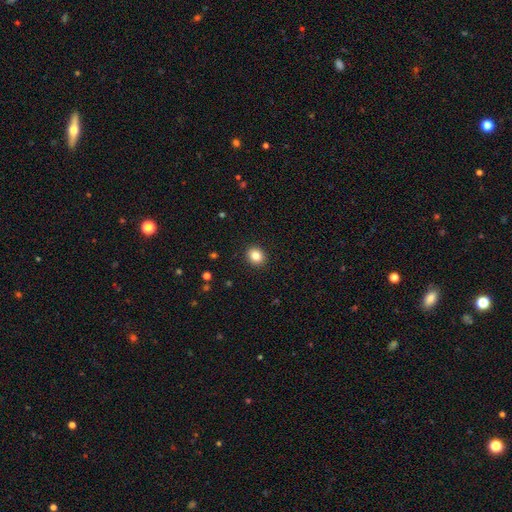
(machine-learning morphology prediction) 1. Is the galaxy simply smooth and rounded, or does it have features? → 85% smooth, 10% star or artifact, 5% featured or disk.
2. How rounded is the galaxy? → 61% round, 38% in between, 1% cigar-shaped.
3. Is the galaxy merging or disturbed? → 91% none, 6% minor disturbance, 2% major disturbance, 1% merger.